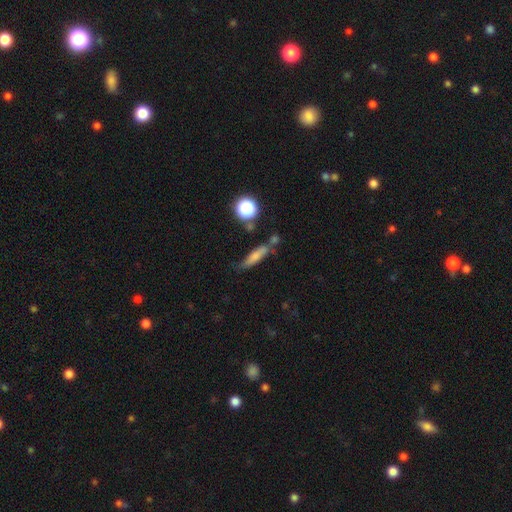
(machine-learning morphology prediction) Q: Smooth or featured?
A: smooth (66%); runner-up: featured or disk (21%)
Q: How rounded?
A: cigar-shaped (69%); runner-up: in between (25%)
Q: Merging?
A: none (61%); runner-up: minor disturbance (21%)